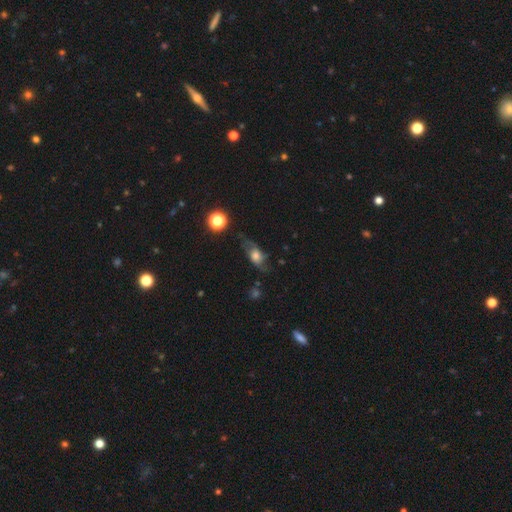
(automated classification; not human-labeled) smooth-or-featured: smooth: 44% (tied) | featured or disk: 44% (tied) | star or artifact: 12%
  merging: none: 56% | minor disturbance: 25% | major disturbance: 17% | merger: 3%